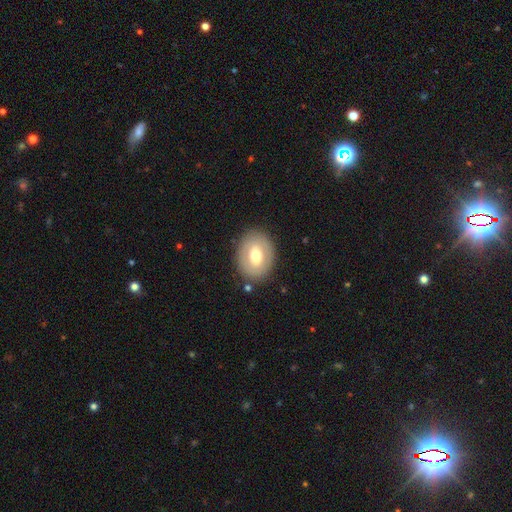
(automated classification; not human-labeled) Smooth or featured?
  - smooth: 54% *
  - featured or disk: 40%
  - star or artifact: 6%
How rounded?
  - in between: 64% *
  - round: 35%
  - cigar-shaped: 1%
Merging?
  - none: 84% *
  - minor disturbance: 10%
  - major disturbance: 4%
  - merger: 2%